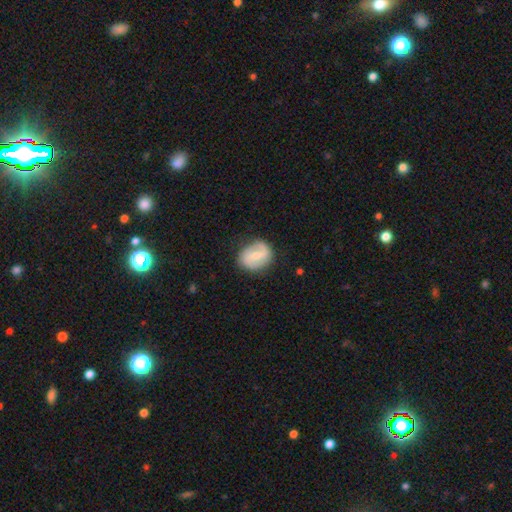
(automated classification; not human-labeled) A featured or disk galaxy (59%) with a weak bar (49%), spiral arms (76%) and a moderate central bulge (47%). Merging: none (76%).